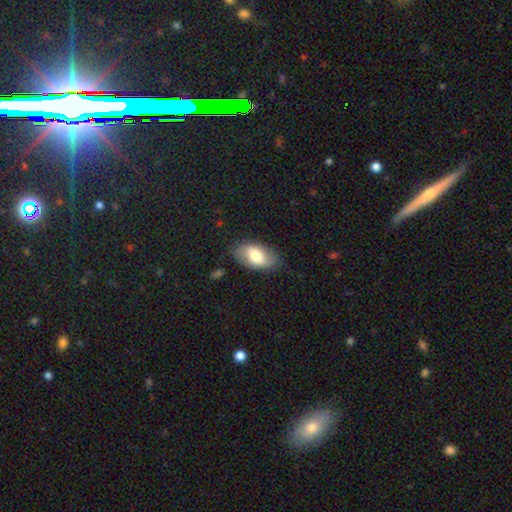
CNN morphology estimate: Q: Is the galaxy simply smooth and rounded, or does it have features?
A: smooth — 67%.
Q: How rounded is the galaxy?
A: in between — 93%.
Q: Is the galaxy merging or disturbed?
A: none — 78%.